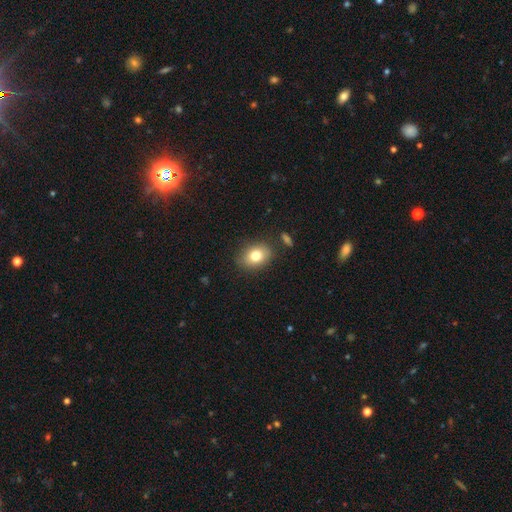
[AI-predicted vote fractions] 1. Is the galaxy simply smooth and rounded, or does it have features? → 78% smooth, 12% featured or disk, 10% star or artifact.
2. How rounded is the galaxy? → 65% in between, 34% round, 1% cigar-shaped.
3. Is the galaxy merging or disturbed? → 83% none, 11% minor disturbance, 3% major disturbance, 3% merger.